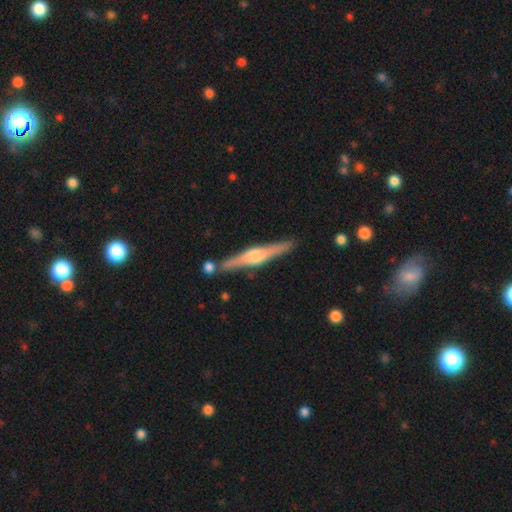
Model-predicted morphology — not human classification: smooth-or-featured: featured or disk: 77% | smooth: 19% | star or artifact: 5%
  disk-edge-on: yes: 98% | no: 2%
    edge-on-bulge: rounded: 85% | boxy: 12% | none: 4%
  merging: none: 84% | minor disturbance: 9% | merger: 5% | major disturbance: 2%